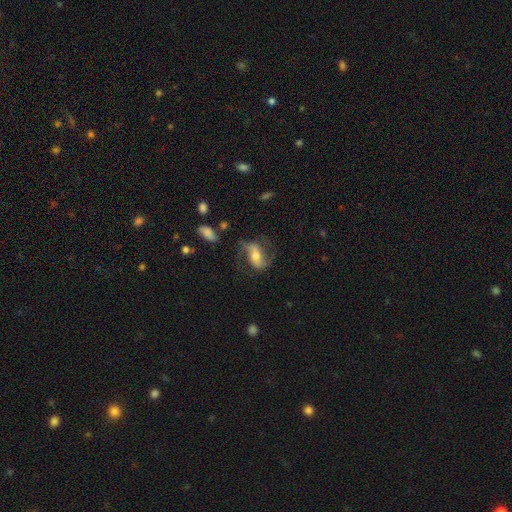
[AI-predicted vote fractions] Smooth or featured?
  - featured or disk: 71% *
  - smooth: 21%
  - star or artifact: 7%
Edge-on disk?
  - no: 94% *
  - yes: 6%
Bar?
  - strong: 41% *
  - weak: 32%
  - no: 26%
Spiral arms?
  - yes: 90% *
  - no: 10%
Spiral winding?
  - loose: 47% *
  - medium: 40%
  - tight: 13%
Spiral arm count?
  - 2: 88% *
  - can't tell: 5%
  - 1: 3%
  - 3: 1%
  - 4: 1%
  - more than 4: 1%
Bulge size?
  - moderate: 54% *
  - small: 37%
  - large: 6%
  - none: 2%
  - dominant: 1%
Merging?
  - none: 63% *
  - minor disturbance: 19%
  - major disturbance: 15%
  - merger: 2%